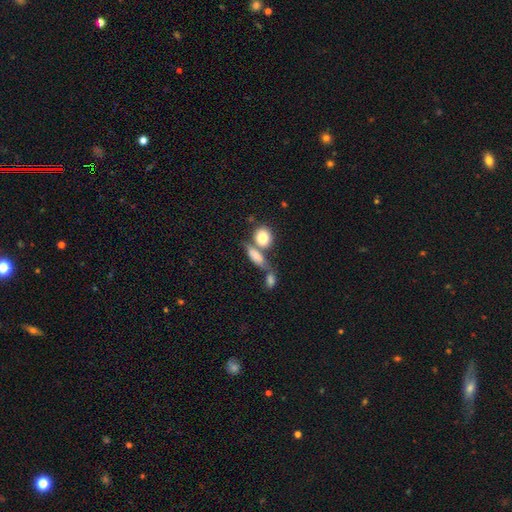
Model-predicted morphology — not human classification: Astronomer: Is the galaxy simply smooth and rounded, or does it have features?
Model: smooth — 74%.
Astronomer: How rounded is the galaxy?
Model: in between — 59%.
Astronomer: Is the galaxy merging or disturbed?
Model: none — 43% (runner-up: merger, 37%).